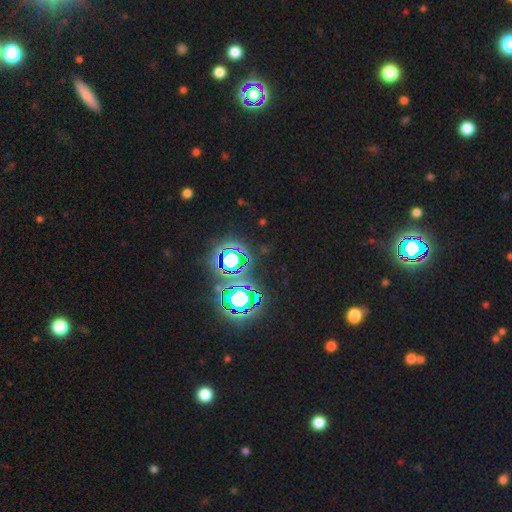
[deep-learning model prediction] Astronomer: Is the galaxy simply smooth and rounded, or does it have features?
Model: star or artifact — 81%.